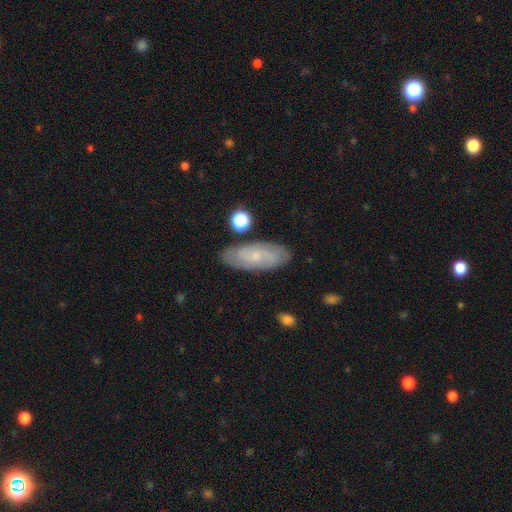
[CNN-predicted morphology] This appears to be a featured or disk galaxy (59%) with no bar (69%), spiral arms (85%) and a small central bulge (76%). Merging: none (82%).